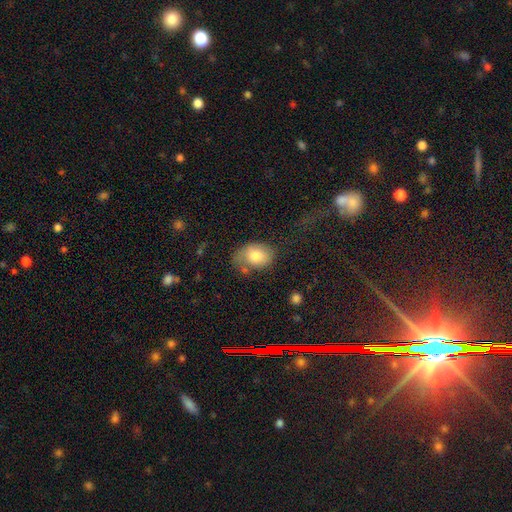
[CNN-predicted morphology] Smooth or featured? Predicted: smooth (p=0.77). How rounded? Predicted: in between (p=0.74). Merging? Predicted: none (p=0.51).